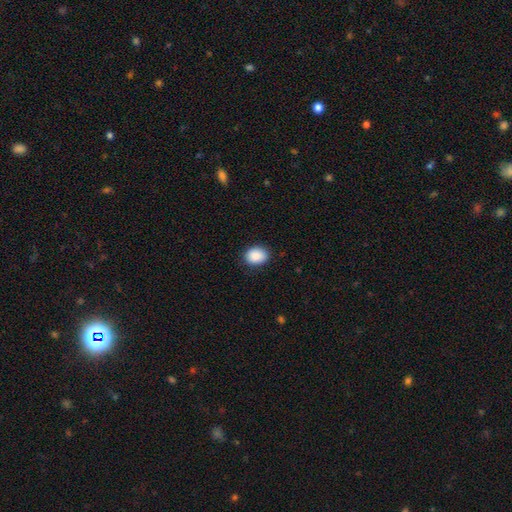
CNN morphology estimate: Smooth or featured?
  - smooth: 90% *
  - star or artifact: 7%
  - featured or disk: 3%
How rounded?
  - in between: 62% *
  - round: 37%
  - cigar-shaped: 1%
Merging?
  - none: 84% *
  - minor disturbance: 12%
  - major disturbance: 3%
  - merger: 1%